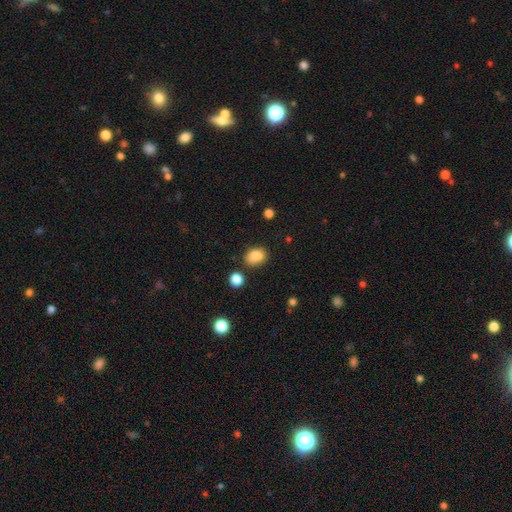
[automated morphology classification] The model was most divided on "how rounded": in between: 70%, round: 29%, cigar-shaped: 1%. More confident: smooth or featured — smooth (84%); merging — none (69%).